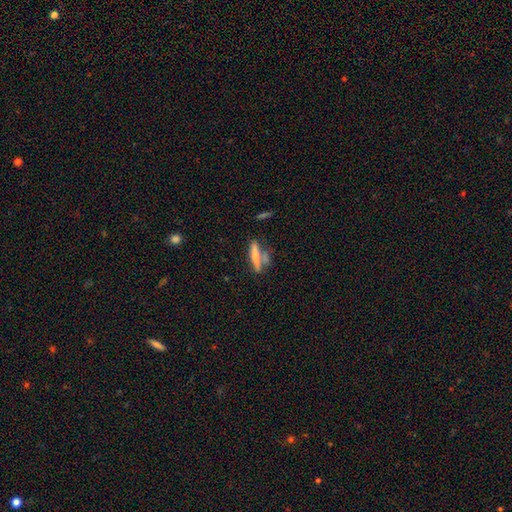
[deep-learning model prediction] Q: Smooth or featured?
A: smooth (65%); runner-up: featured or disk (27%)
Q: How rounded?
A: cigar-shaped (84%); runner-up: in between (13%)
Q: Merging?
A: none (57%); runner-up: merger (24%)